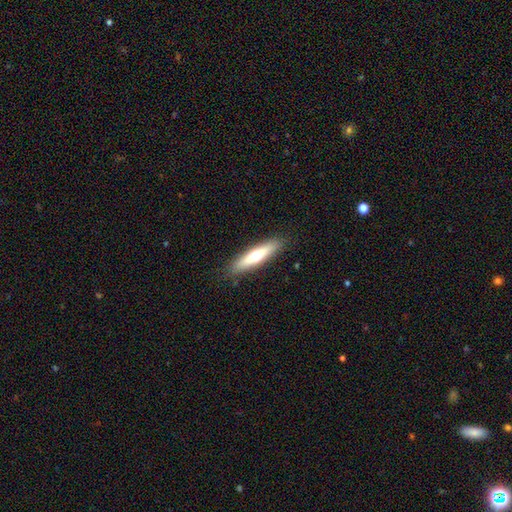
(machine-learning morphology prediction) This is possibly a smooth galaxy (54%). How rounded: clearly cigar-shaped (80%). Merging: clearly none (88%).